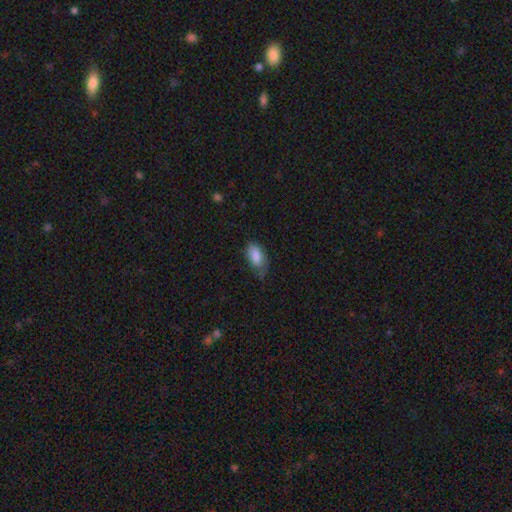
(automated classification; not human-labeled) smooth_or_featured: smooth (p=0.84) [alt: featured or disk p=0.09]
how_rounded: in between (p=0.92) [alt: cigar-shaped p=0.04]
merging: none (p=0.49) [alt: minor disturbance p=0.38]